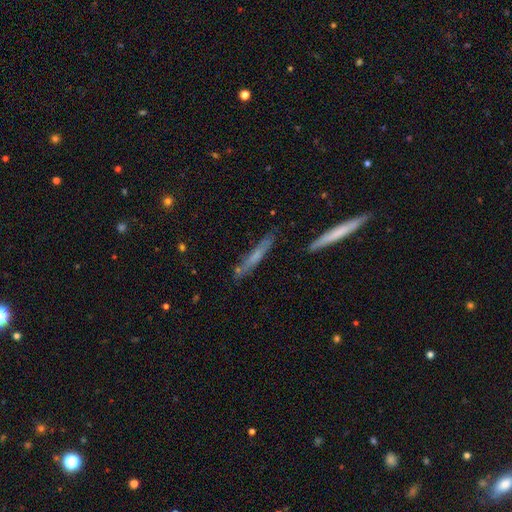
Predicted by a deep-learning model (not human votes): smooth 53%, featured or disk 40%, star or artifact 7%. Down the decision tree: how rounded — cigar-shaped (94%); merging — none (79%).